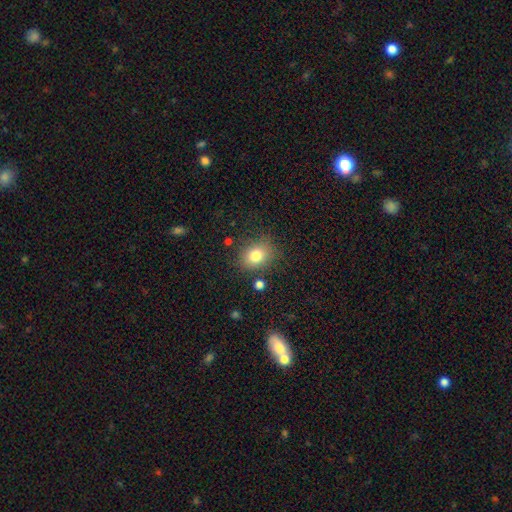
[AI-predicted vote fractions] Morphology: type=smooth (80%); roundness=round (55%); merging=none (80%).